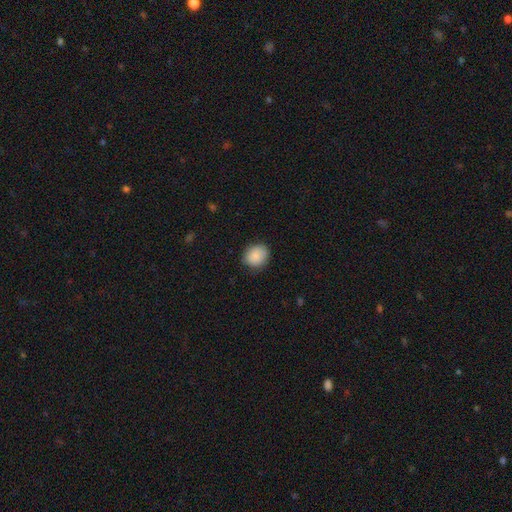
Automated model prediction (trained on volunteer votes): Smooth or featured?
  - smooth: 86% *
  - star or artifact: 7%
  - featured or disk: 7%
How rounded?
  - round: 63% *
  - in between: 36%
  - cigar-shaped: 1%
Merging?
  - none: 82% *
  - minor disturbance: 14%
  - major disturbance: 3%
  - merger: 1%